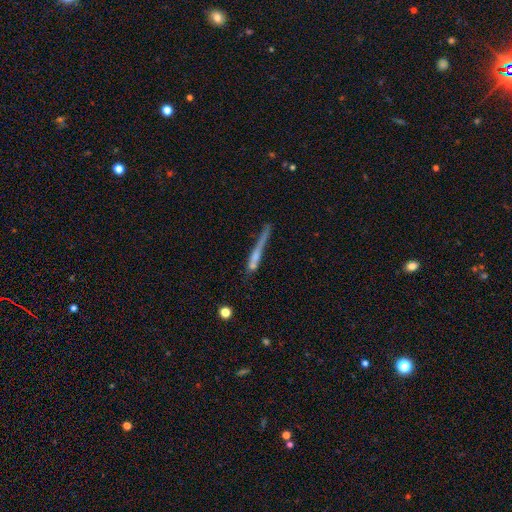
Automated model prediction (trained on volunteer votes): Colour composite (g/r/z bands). It shows a featured or disk galaxy (52%) viewed edge-on (92%). Merging: none (72%).